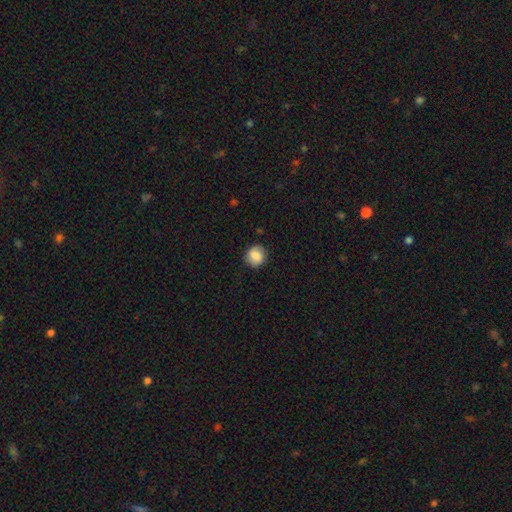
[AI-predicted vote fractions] smooth 80%, featured or disk 12%, star or artifact 8%. Down the decision tree: how rounded — round (83%); merging — none (83%).